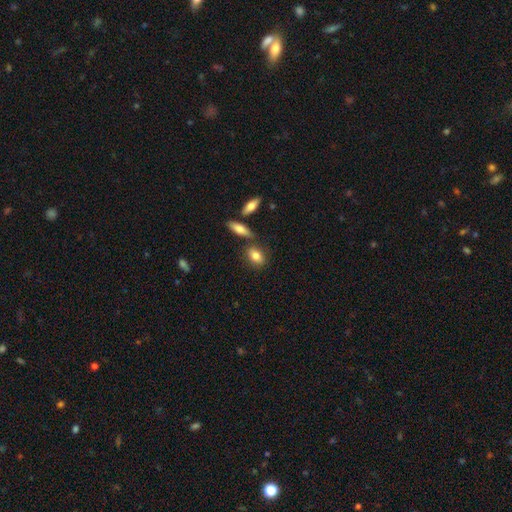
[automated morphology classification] The model was most divided on "merging": none: 70%, minor disturbance: 13%, merger: 13%, major disturbance: 3%. More confident: how rounded — in between (81%); smooth or featured — smooth (81%).